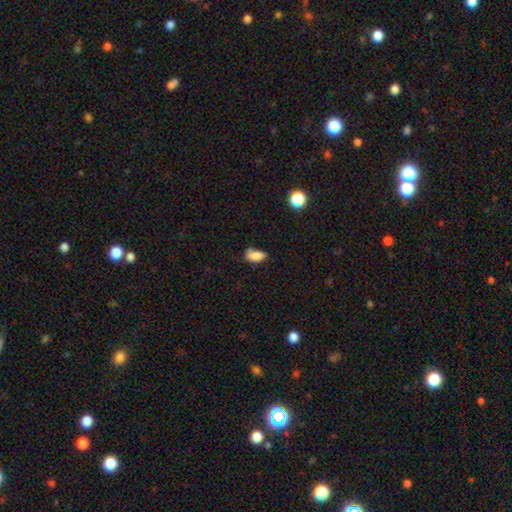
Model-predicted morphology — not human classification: Q: Smooth or featured?
A: smooth (83%); runner-up: star or artifact (9%)
Q: How rounded?
A: in between (89%); runner-up: cigar-shaped (6%)
Q: Merging?
A: none (50%); runner-up: minor disturbance (32%)